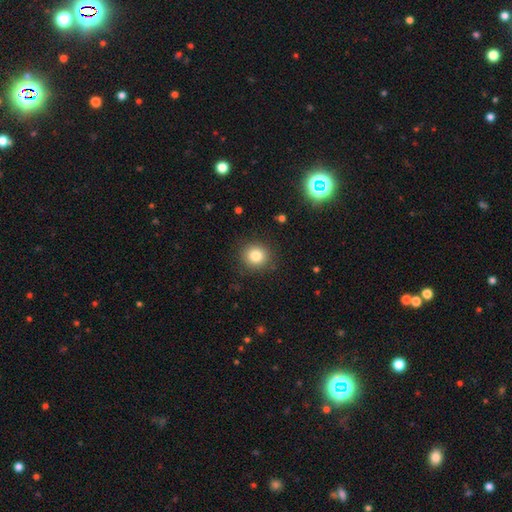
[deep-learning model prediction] Smooth or featured?
  - smooth: 82% *
  - star or artifact: 11%
  - featured or disk: 7%
How rounded?
  - round: 90% *
  - in between: 10%
  - cigar-shaped: 1%
Merging?
  - none: 88% *
  - minor disturbance: 8%
  - major disturbance: 3%
  - merger: 1%